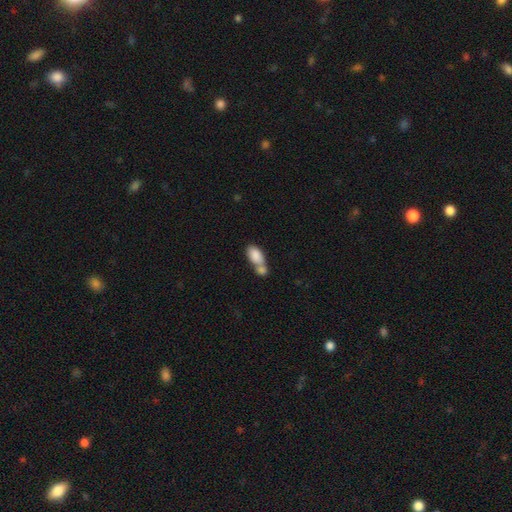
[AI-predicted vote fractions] The model was most divided on "merging": merger: 64%, none: 24%, minor disturbance: 8%, major disturbance: 4%. More confident: how rounded — in between (91%); smooth or featured — smooth (83%).